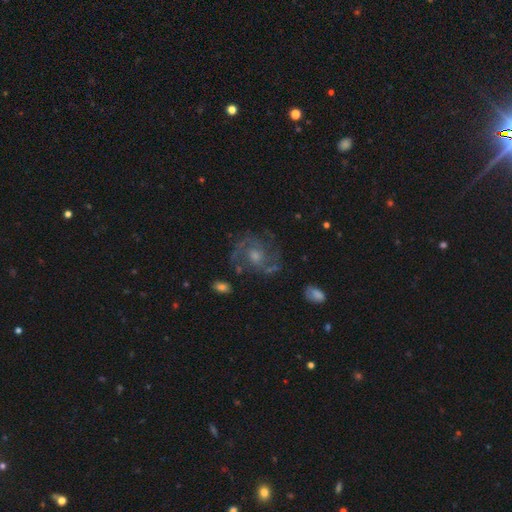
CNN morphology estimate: This is clearly a featured or disk galaxy (83%). It is clearly not viewed edge-on (98%). Bar: likely no (67%). Spiral arm pattern: clearly yes (95%). Spiral arm count: possibly 2 (54%). Spiral winding: possibly medium (49%). Central bulge: possibly moderate (53%). Merging: likely none (73%).